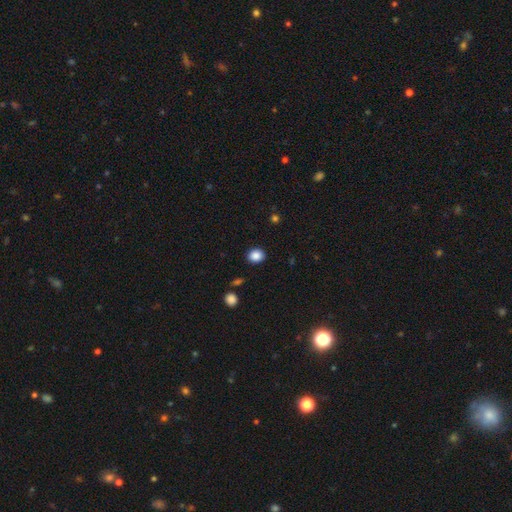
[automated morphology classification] smooth-or-featured: smooth: 87% | star or artifact: 9% | featured or disk: 3%
  how-rounded: round: 60% | in between: 39% | cigar-shaped: 1%
  merging: none: 89% | minor disturbance: 7% | major disturbance: 2% | merger: 2%